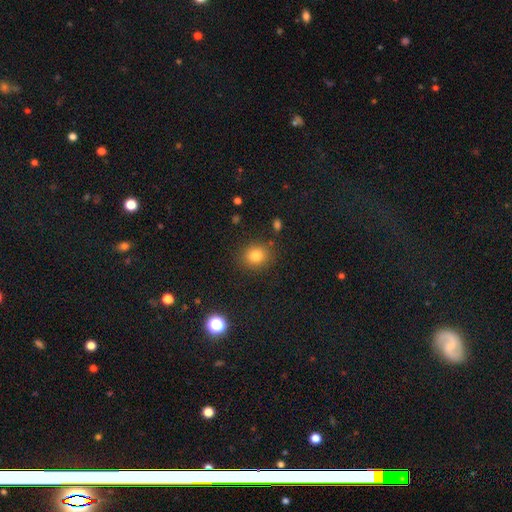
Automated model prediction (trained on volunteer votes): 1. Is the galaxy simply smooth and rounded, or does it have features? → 81% smooth, 12% star or artifact, 7% featured or disk.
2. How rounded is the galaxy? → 75% round, 24% in between, 1% cigar-shaped.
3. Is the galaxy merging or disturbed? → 86% none, 9% minor disturbance, 3% major disturbance, 2% merger.